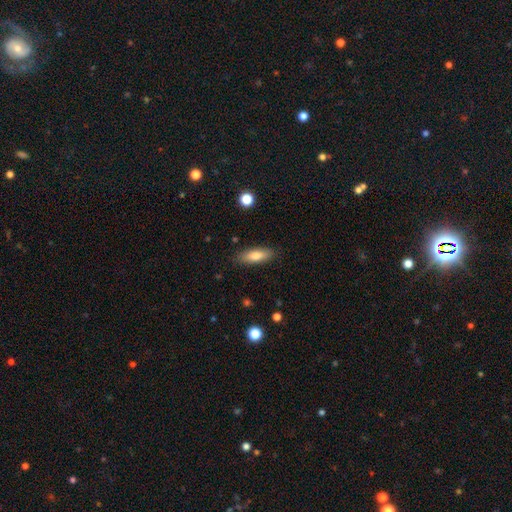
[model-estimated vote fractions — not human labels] The model was most divided on "how rounded": in between: 56%, cigar-shaped: 41%, round: 2%. More confident: merging — none (86%); smooth or featured — smooth (78%).